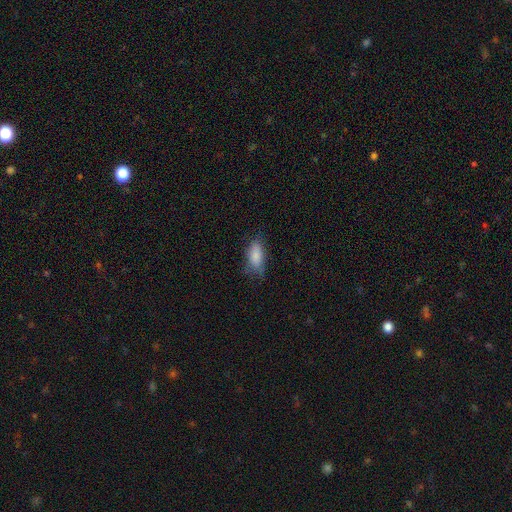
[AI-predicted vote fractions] Smooth or featured? Predicted: smooth (p=0.84). How rounded? Predicted: in between (p=0.86). Merging? Predicted: none (p=0.59).